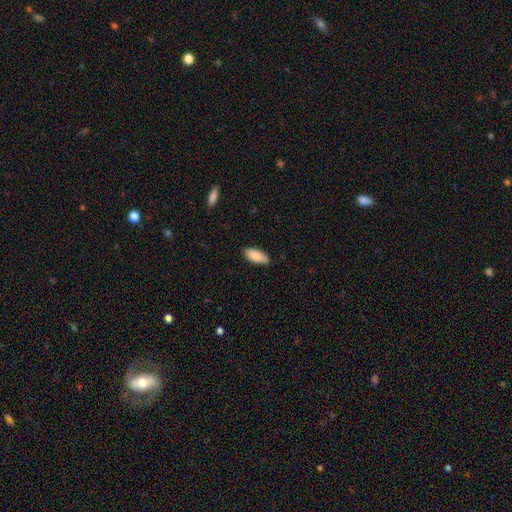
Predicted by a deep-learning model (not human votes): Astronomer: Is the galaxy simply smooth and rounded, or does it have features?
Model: smooth — 88%.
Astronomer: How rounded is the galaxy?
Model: in between — 84%.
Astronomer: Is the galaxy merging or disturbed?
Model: none — 83%.